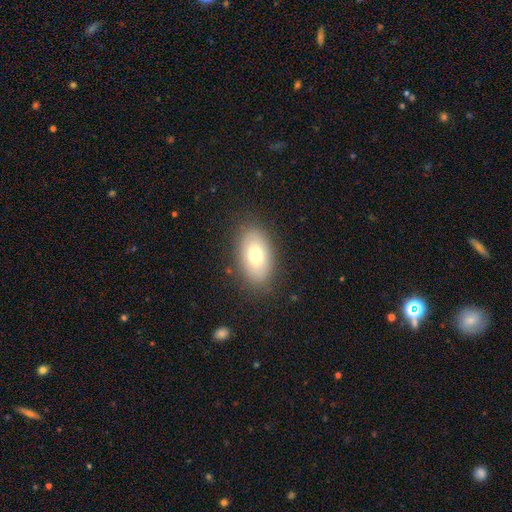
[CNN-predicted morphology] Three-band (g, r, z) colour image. It shows a smooth galaxy with no disk features (71%) that is in between round and cigar-shaped (92%). Merging: none (84%).